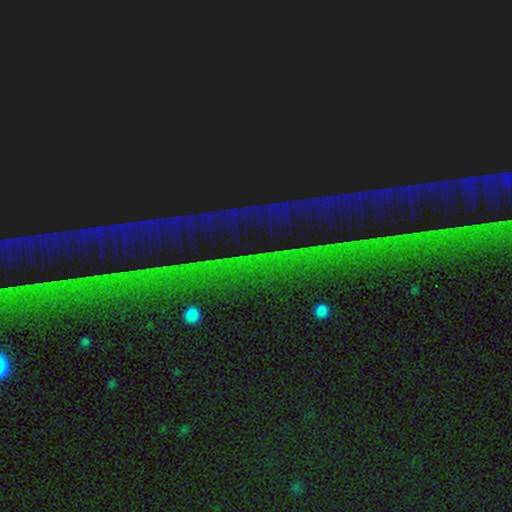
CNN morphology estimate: smooth-or-featured: star or artifact: 89% | featured or disk: 6% | smooth: 5%